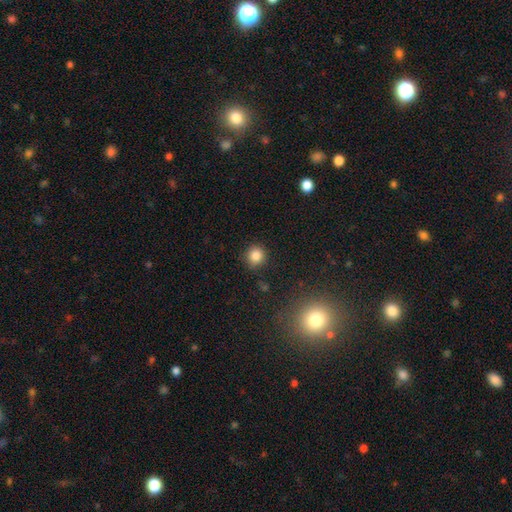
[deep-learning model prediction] Smooth or featured? smooth (84%)
How rounded? round (91%)
Merging? none (88%)